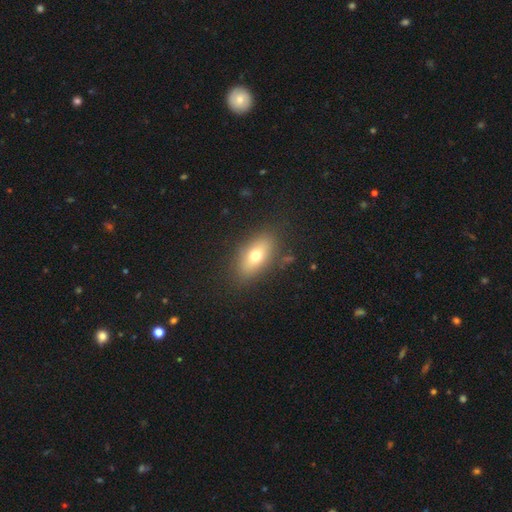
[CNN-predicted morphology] A smooth galaxy with no disk features (68%) that is in between round and cigar-shaped (83%). Merging: none (83%).